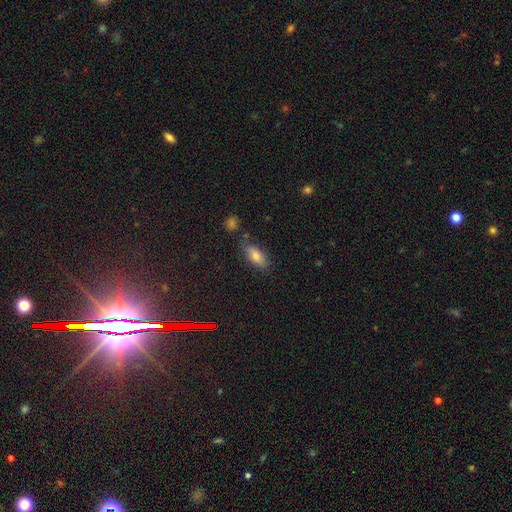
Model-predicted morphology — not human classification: A smooth galaxy with no disk features (75%) that is in between round and cigar-shaped (79%).

Vote fractions:
- Smooth or featured? smooth: 75% / featured or disk: 13% / star or artifact: 12%
- How rounded? in between: 79% / cigar-shaped: 17% / round: 3%
- Merging? none: 74% / minor disturbance: 16% / merger: 5% / major disturbance: 4%